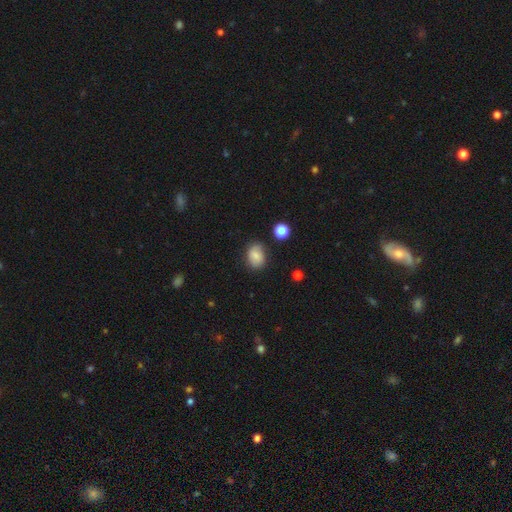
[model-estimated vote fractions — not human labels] Smooth or featured: smooth — 82% (star or artifact — 9%)
How rounded: in between — 66% (round — 33%)
Merging: none — 78% (minor disturbance — 16%)